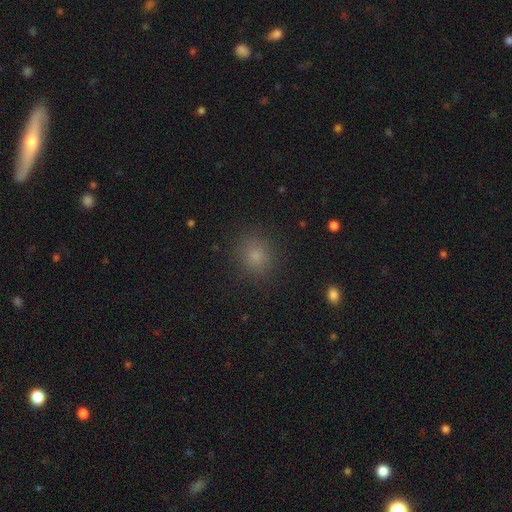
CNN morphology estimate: Smooth or featured? smooth (78%)
How rounded? round (81%)
Merging? none (88%)